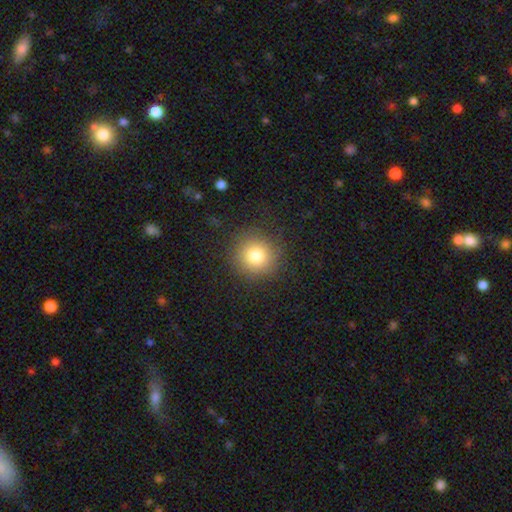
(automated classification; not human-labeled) This appears to be a smooth galaxy with no disk features (80%) that is round (93%). Merging: none (87%).